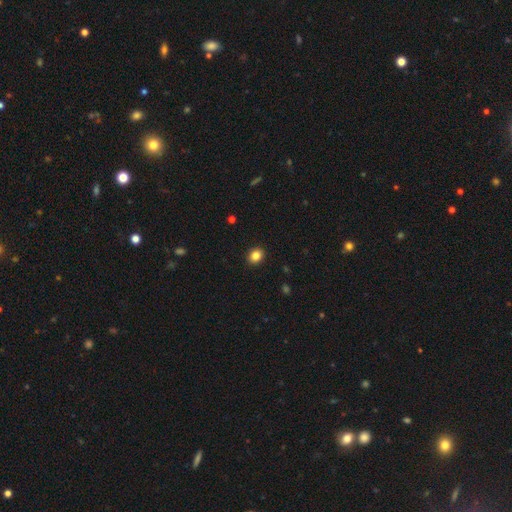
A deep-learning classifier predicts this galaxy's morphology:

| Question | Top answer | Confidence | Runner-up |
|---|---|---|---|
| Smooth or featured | smooth | 86% | star or artifact (10%) |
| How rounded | round | 60% | in between (39%) |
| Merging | none | 91% | minor disturbance (6%) |